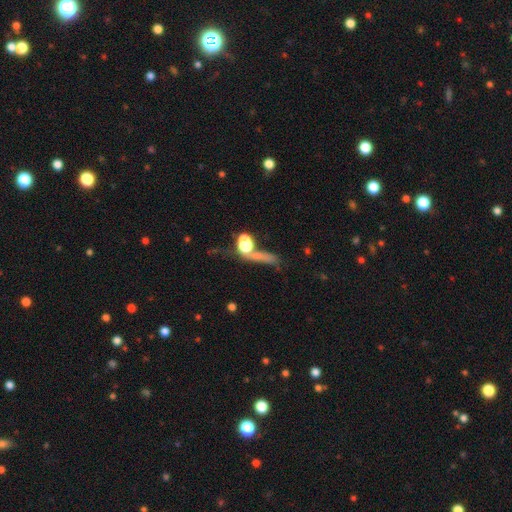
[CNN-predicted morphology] Smooth or featured? Predicted: smooth (p=0.49). Merging? Predicted: none (p=0.38).